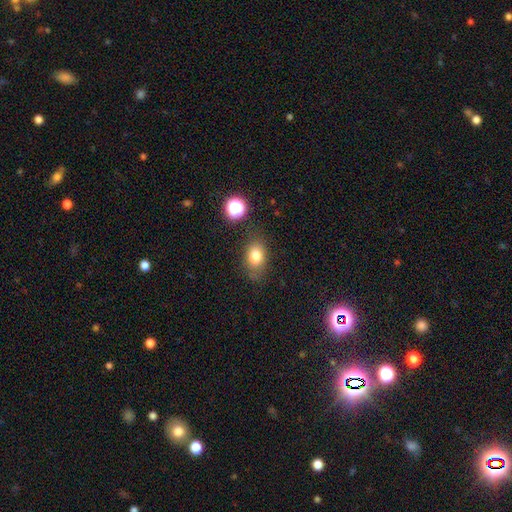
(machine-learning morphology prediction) Overall: smooth (79%). How rounded: in between (71%). Merging: none (72%).